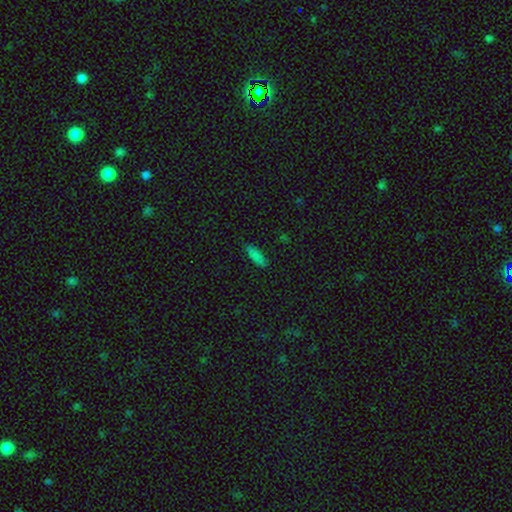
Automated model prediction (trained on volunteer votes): Smooth or featured?
  - smooth: 82% *
  - star or artifact: 12%
  - featured or disk: 5%
How rounded?
  - in between: 61% *
  - cigar-shaped: 36%
  - round: 2%
Merging?
  - none: 85% *
  - minor disturbance: 12%
  - major disturbance: 2%
  - merger: 1%